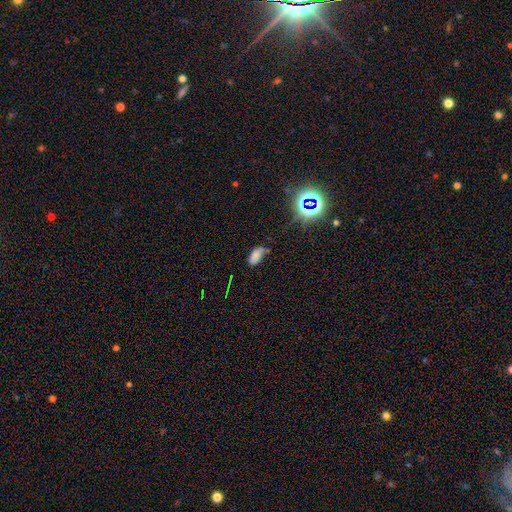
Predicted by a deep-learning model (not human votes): The model was most divided on "merging": none: 47%, minor disturbance: 34%, major disturbance: 13%, merger: 7%. More confident: how rounded — in between (92%); smooth or featured — smooth (71%).